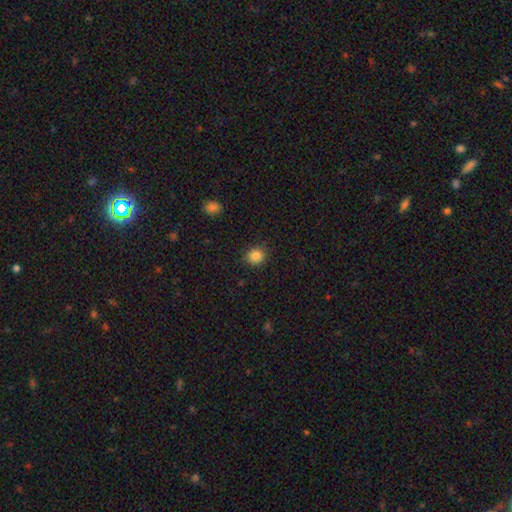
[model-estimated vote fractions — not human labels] The model was most divided on "smooth or featured": smooth: 85%, star or artifact: 11%, featured or disk: 4%. More confident: how rounded — round (89%); merging — none (88%).